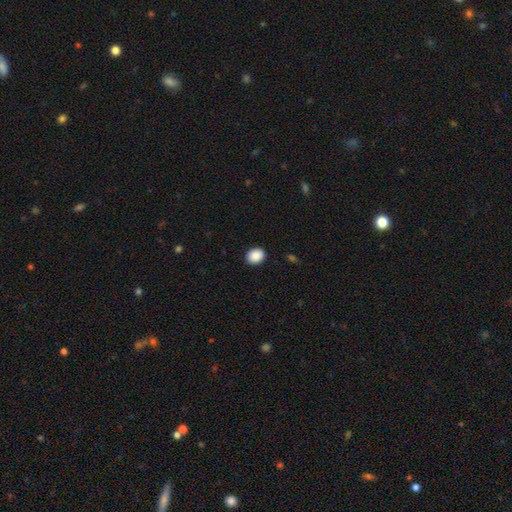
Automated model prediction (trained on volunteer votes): A smooth galaxy with no disk features (90%) that is in between round and cigar-shaped (57%).

Vote fractions:
- Smooth or featured? smooth: 90% / star or artifact: 8% / featured or disk: 3%
- How rounded? in between: 57% / round: 42% / cigar-shaped: 1%
- Merging? none: 90% / minor disturbance: 7% / major disturbance: 2% / merger: 1%